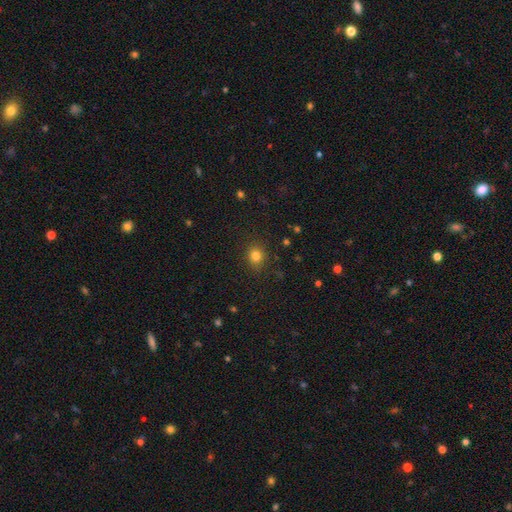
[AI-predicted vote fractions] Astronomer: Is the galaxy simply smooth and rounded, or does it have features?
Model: smooth — 81%.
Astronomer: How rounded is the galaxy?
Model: round — 77%.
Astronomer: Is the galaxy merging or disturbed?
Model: none — 86%.